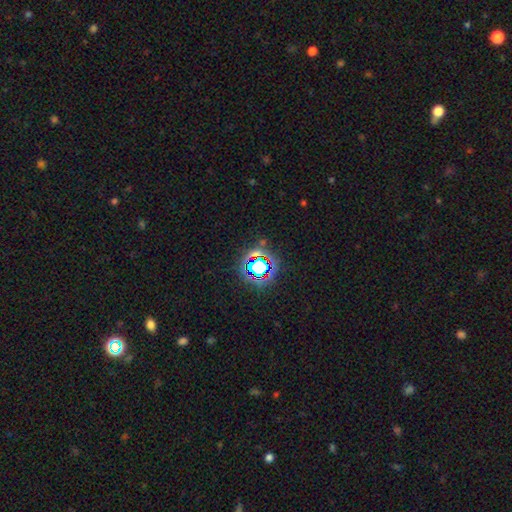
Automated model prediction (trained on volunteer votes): smooth_or_featured: star or artifact (p=0.69) [alt: smooth p=0.20]